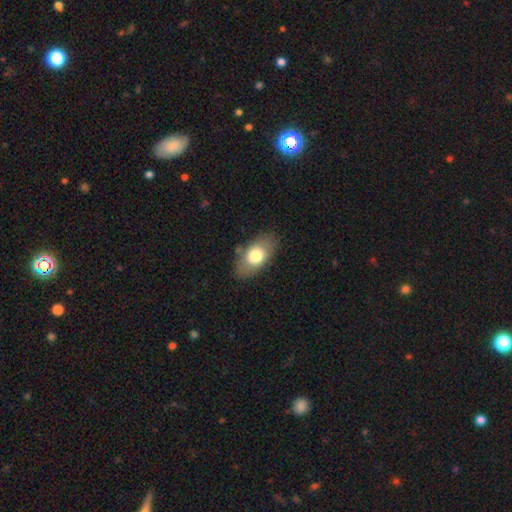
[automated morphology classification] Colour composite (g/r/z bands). It shows a smooth galaxy with no disk features (72%) that is in between round and cigar-shaped (90%). Merging: none (81%).